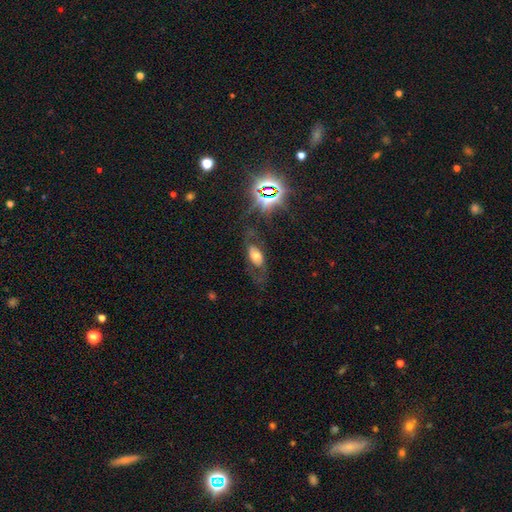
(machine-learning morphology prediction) smooth_or_featured: smooth (p=0.42) [alt: featured or disk p=0.41]
merging: none (p=0.60) [alt: major disturbance p=0.20]